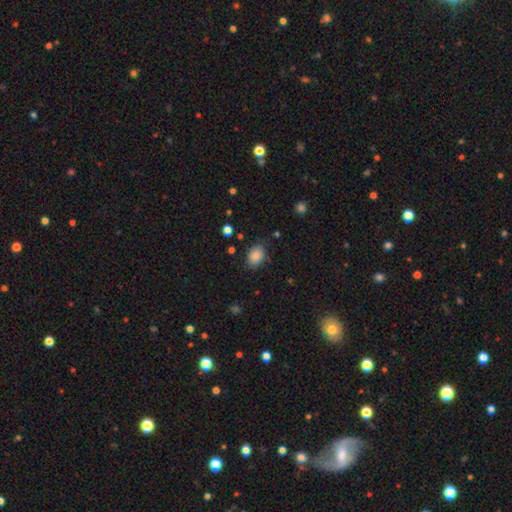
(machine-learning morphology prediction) smooth_or_featured: smooth (p=0.87) [alt: star or artifact p=0.09]
how_rounded: in between (p=0.78) [alt: round p=0.21]
merging: none (p=0.79) [alt: minor disturbance p=0.15]